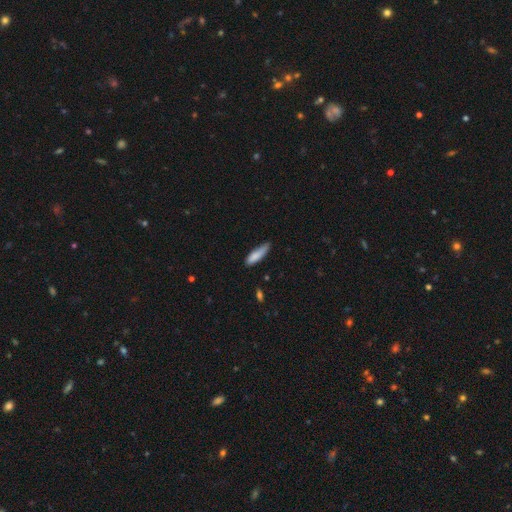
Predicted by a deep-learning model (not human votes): A smooth galaxy with no disk features (83%) that is cigar-shaped (66%). Merging: none (60%).